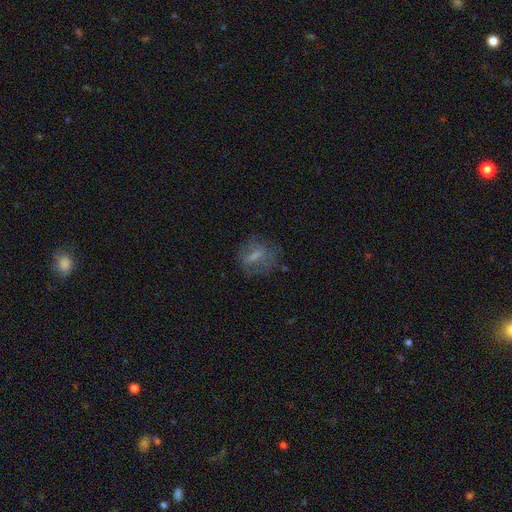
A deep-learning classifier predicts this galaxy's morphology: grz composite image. It shows a smooth galaxy with no disk features (49%). Merging: none (61%).